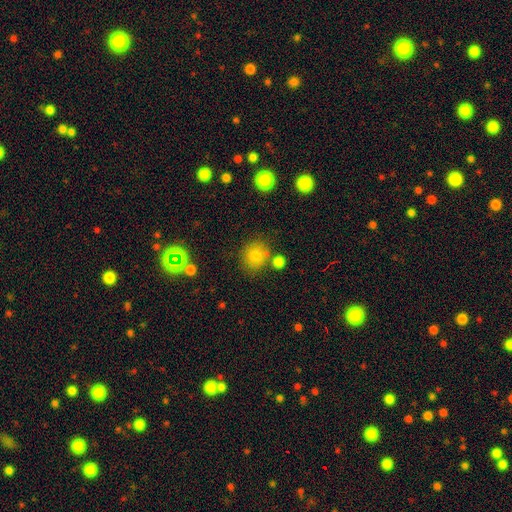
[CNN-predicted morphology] smooth-or-featured: smooth: 77% | star or artifact: 13% | featured or disk: 10%
  how-rounded: round: 77% | in between: 22% | cigar-shaped: 1%
  merging: none: 70% | merger: 14% | minor disturbance: 12% | major disturbance: 4%